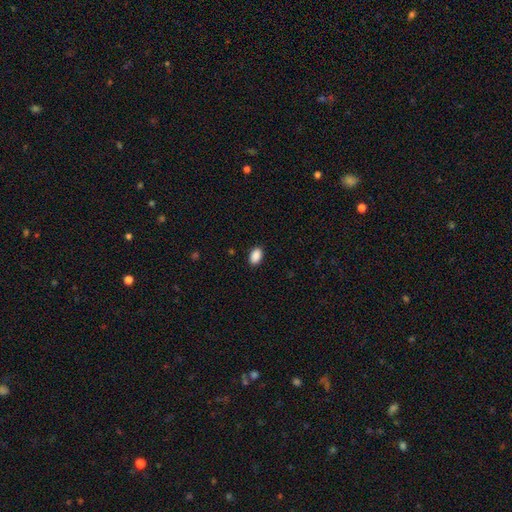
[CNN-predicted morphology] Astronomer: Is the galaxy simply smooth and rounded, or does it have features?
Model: smooth — 90%.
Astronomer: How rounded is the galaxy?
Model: in between — 88%.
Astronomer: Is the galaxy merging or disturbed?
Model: none — 89%.